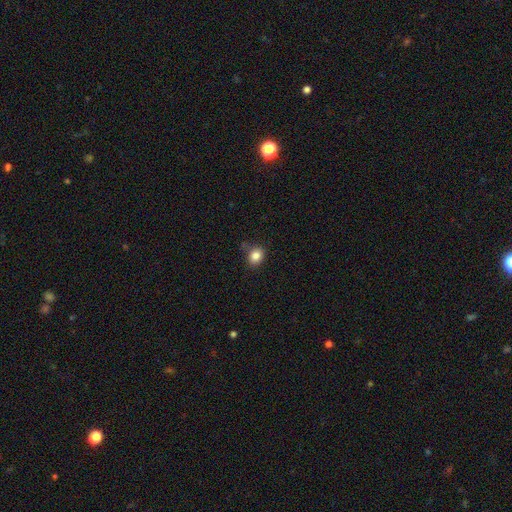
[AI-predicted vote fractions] Smooth or featured?
  - smooth: 84% *
  - star or artifact: 11%
  - featured or disk: 5%
How rounded?
  - round: 54% *
  - in between: 45%
  - cigar-shaped: 1%
Merging?
  - none: 76% *
  - minor disturbance: 17%
  - major disturbance: 4%
  - merger: 3%